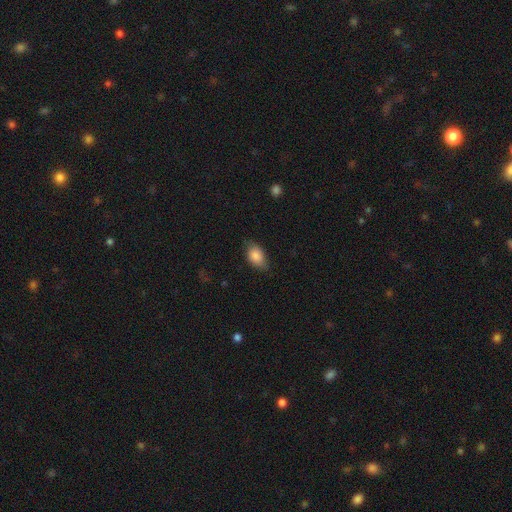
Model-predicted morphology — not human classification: Smooth or featured? Predicted: smooth (p=0.86). How rounded? Predicted: in between (p=0.88). Merging? Predicted: none (p=0.71).